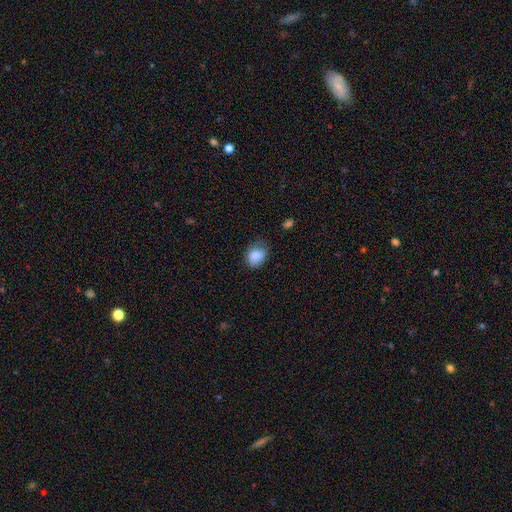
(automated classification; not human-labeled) Smooth or featured? smooth (87%)
How rounded? in between (57%)
Merging? none (63%)